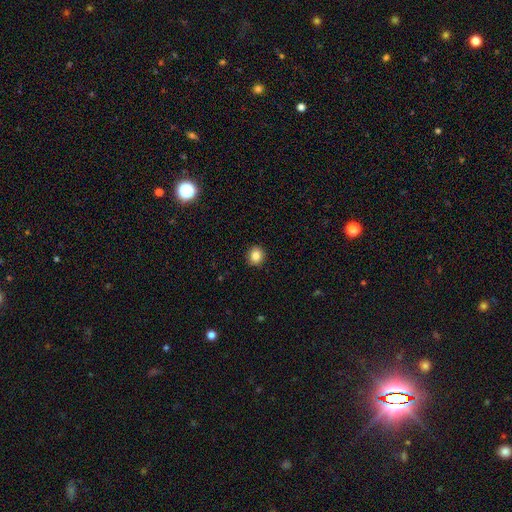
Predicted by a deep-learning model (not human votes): Smooth or featured? smooth (85%)
How rounded? round (87%)
Merging? none (92%)